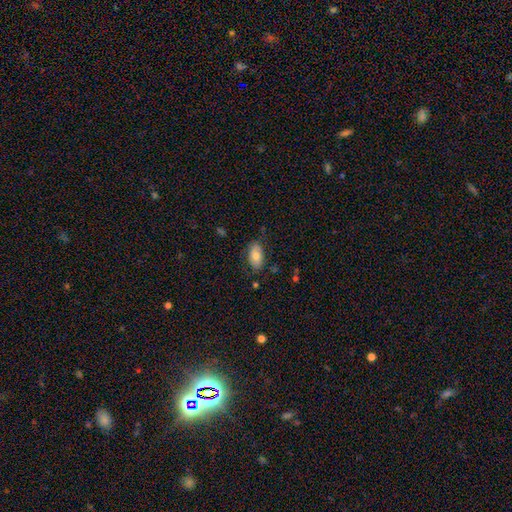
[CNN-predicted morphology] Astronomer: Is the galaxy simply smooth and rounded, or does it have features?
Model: smooth — 76%.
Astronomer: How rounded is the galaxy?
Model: in between — 93%.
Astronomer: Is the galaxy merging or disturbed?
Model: none — 77%.